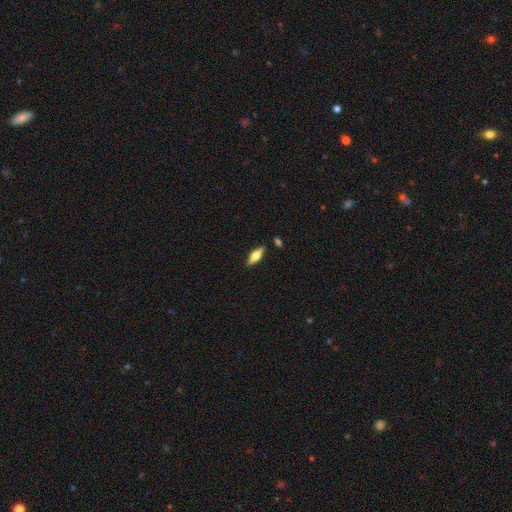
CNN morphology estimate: The model was most divided on "smooth or featured": smooth: 49%, featured or disk: 45%, star or artifact: 6%. More confident: merging — none (85%).